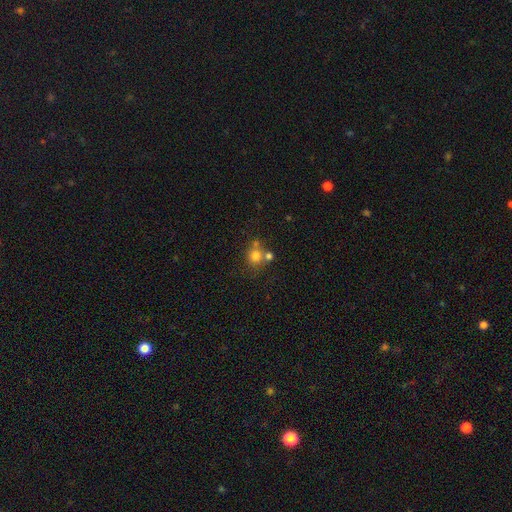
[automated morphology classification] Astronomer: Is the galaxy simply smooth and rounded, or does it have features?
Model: smooth — 75%.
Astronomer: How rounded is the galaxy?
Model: round — 84%.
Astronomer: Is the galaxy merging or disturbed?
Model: none — 53% (runner-up: merger, 32%).